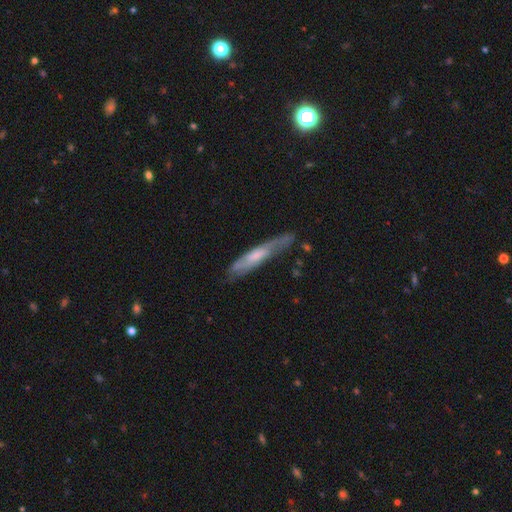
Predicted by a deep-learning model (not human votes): Q: Smooth or featured?
A: featured or disk (52%); runner-up: smooth (42%)
Q: Edge-on disk?
A: yes (69%); runner-up: no (31%)
Q: Merging?
A: none (66%); runner-up: minor disturbance (23%)